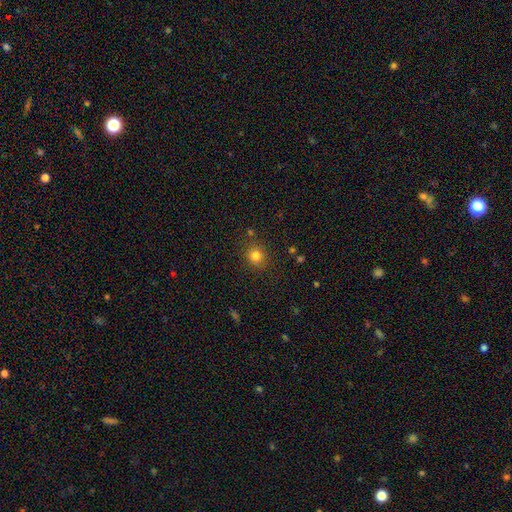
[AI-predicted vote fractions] smooth-or-featured: smooth: 81% | star or artifact: 14% | featured or disk: 6%
  how-rounded: round: 87% | in between: 13% | cigar-shaped: 1%
  merging: none: 86% | minor disturbance: 9% | major disturbance: 3% | merger: 3%